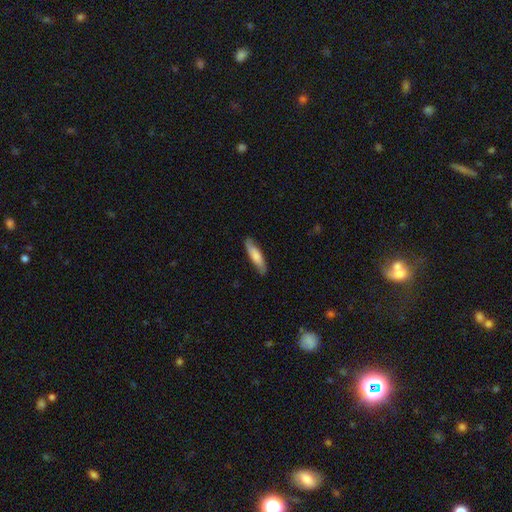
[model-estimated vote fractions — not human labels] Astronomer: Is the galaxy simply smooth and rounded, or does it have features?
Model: smooth — 70%.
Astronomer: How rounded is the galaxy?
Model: cigar-shaped — 73%.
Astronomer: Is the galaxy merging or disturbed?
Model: none — 83%.